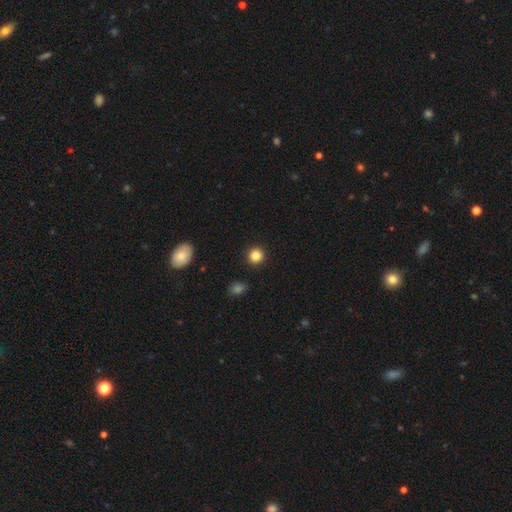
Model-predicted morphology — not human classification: A smooth galaxy with no disk features (85%) that is round (94%). Merging: none (93%).